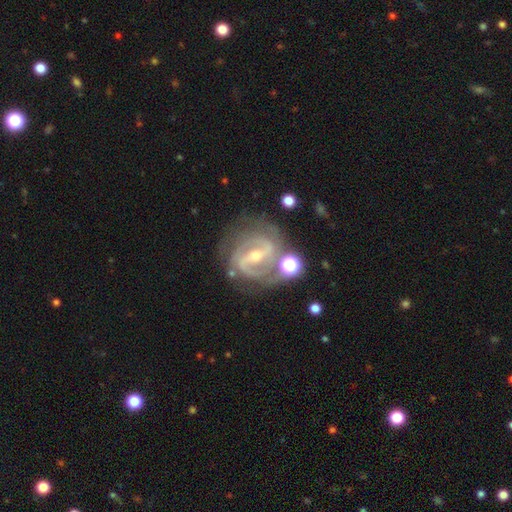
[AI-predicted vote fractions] Smooth or featured: featured or disk — 90% (star or artifact — 6%)
Edge-on disk: no — 97% (yes — 3%)
Bar: strong — 59% (weak — 31%)
Spiral arms: yes — 97% (no — 3%)
Spiral winding: medium — 49% (tight — 40%)
Spiral arm count: 2 — 77% (3 — 10%)
Bulge size: small — 54% (moderate — 42%)
Merging: none — 68% (minor disturbance — 17%)